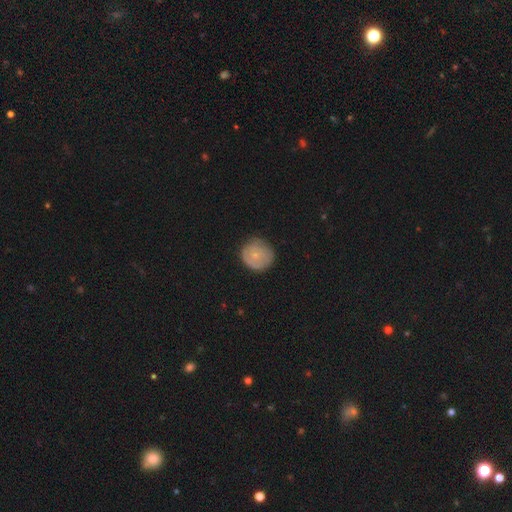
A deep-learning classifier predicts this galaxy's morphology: Smooth or featured? Predicted: smooth (p=0.58). How rounded? Predicted: round (p=0.88). Merging? Predicted: none (p=0.77).